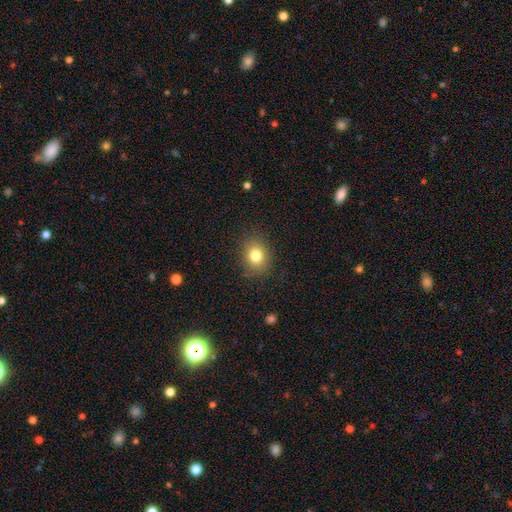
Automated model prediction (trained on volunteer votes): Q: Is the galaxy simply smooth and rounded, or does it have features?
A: smooth — 80%.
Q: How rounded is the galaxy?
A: round — 59%.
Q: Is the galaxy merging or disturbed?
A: none — 85%.